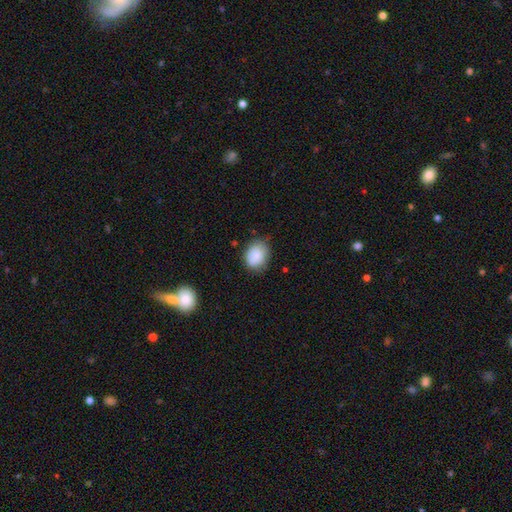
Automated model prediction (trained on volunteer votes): The model was most divided on "how rounded": in between: 58%, round: 41%, cigar-shaped: 1%. More confident: smooth or featured — smooth (83%); merging — none (71%).